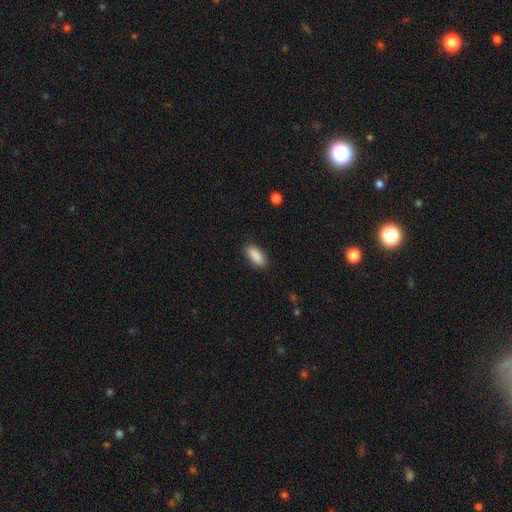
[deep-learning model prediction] A smooth galaxy with no disk features (89%) that is in between round and cigar-shaped (82%).

Vote fractions:
- Smooth or featured? smooth: 89% / star or artifact: 7% / featured or disk: 4%
- How rounded? in between: 82% / cigar-shaped: 16% / round: 2%
- Merging? none: 86% / minor disturbance: 10% / major disturbance: 2% / merger: 1%